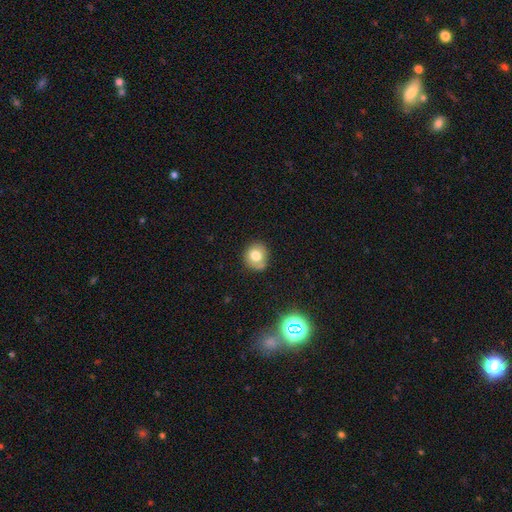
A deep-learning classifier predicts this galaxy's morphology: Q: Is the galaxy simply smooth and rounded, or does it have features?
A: smooth — 73%.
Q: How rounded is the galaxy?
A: round — 81%.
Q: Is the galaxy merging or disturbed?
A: none — 72%.